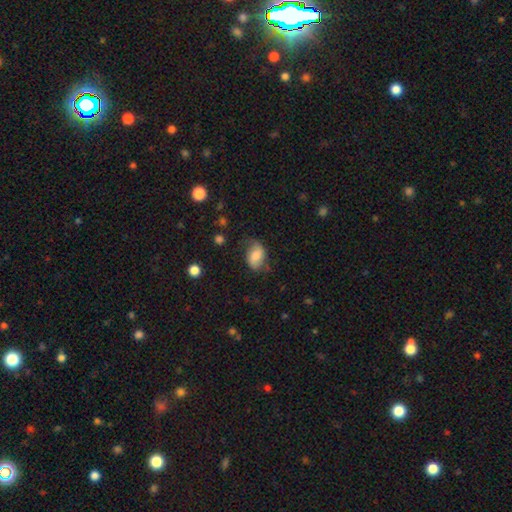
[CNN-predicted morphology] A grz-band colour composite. It shows a smooth galaxy with no disk features (66%) that is in between round and cigar-shaped (83%). Merging: none (56%).